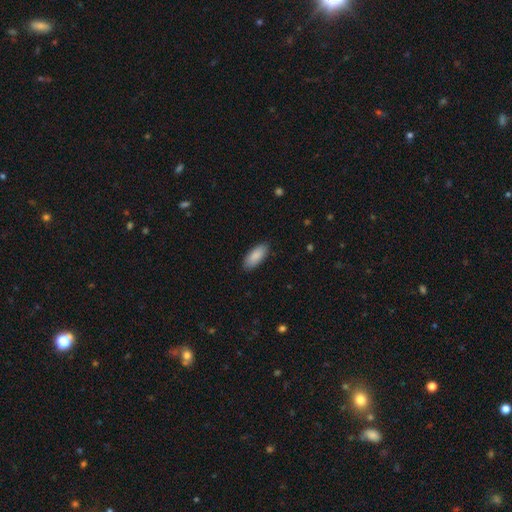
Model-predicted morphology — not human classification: Smooth or featured?
  - smooth: 89% *
  - star or artifact: 6%
  - featured or disk: 5%
How rounded?
  - in between: 84% *
  - cigar-shaped: 14%
  - round: 2%
Merging?
  - none: 87% *
  - minor disturbance: 10%
  - major disturbance: 2%
  - merger: 1%